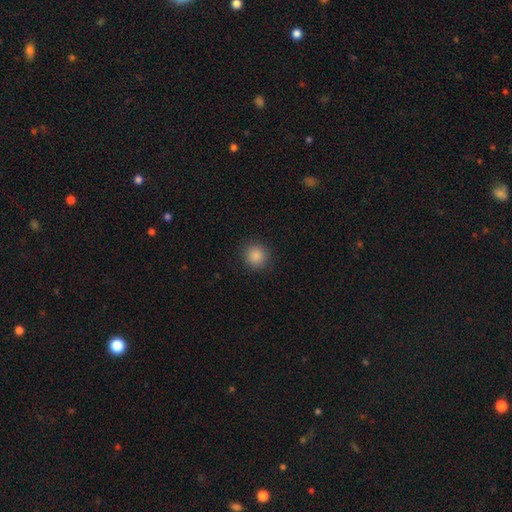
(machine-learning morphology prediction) Smooth or featured? smooth (87%)
How rounded? round (93%)
Merging? none (90%)